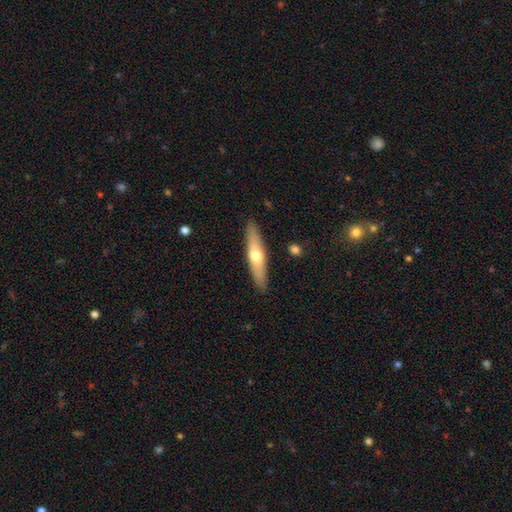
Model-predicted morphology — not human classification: Smooth or featured: smooth — 49% (featured or disk — 45%)
Merging: none — 90% (minor disturbance — 7%)